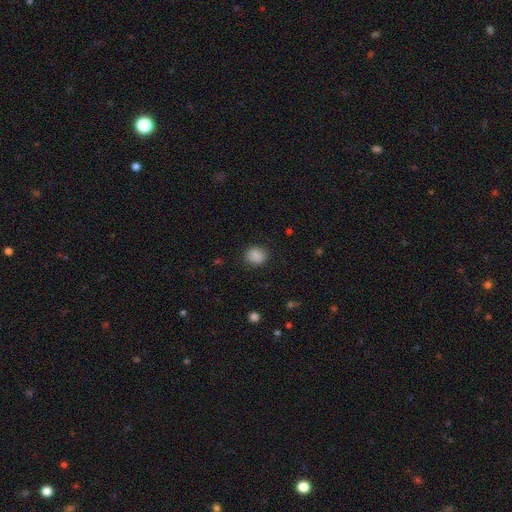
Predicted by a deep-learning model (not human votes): This appears to be a smooth galaxy with no disk features (88%) that is round (74%). Merging: none (87%).